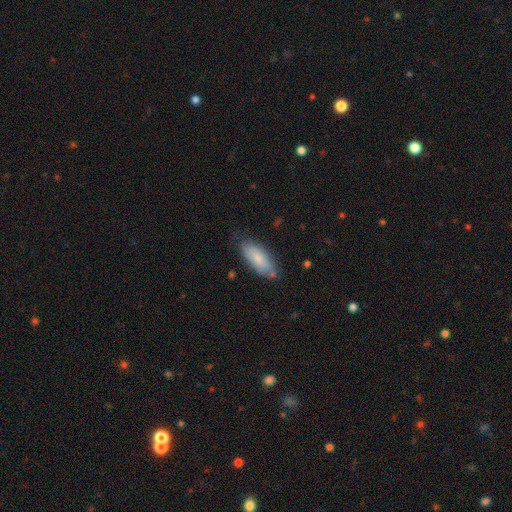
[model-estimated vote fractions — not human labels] Smooth or featured: smooth — 77% (featured or disk — 16%)
How rounded: in between — 76% (cigar-shaped — 22%)
Merging: none — 73% (minor disturbance — 21%)